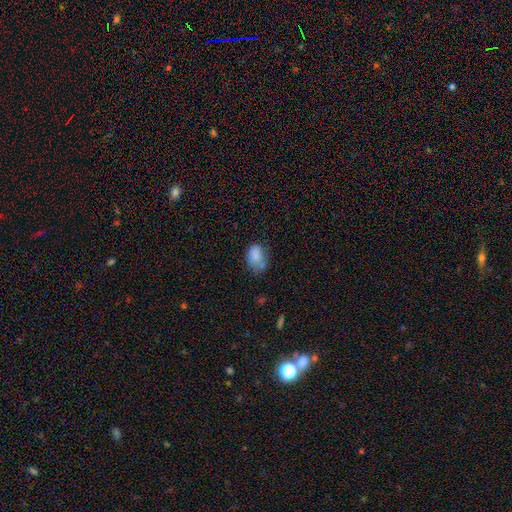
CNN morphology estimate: A smooth galaxy with no disk features (80%) that is in between round and cigar-shaped (80%). Merging: none (49%).